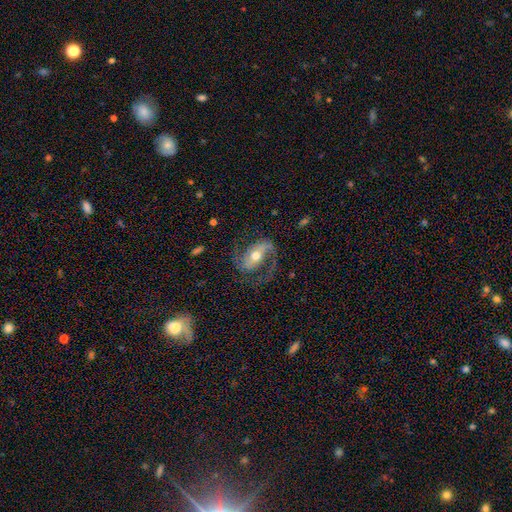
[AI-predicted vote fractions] featured or disk 84%, smooth 11%, star or artifact 6%. Down the decision tree: edge-on disk — no (96%); bar — strong (38%); spiral arms — yes (94%); spiral arm count — 2 (84%); spiral winding — medium (51%); bulge size — moderate (71%); merging — none (66%).